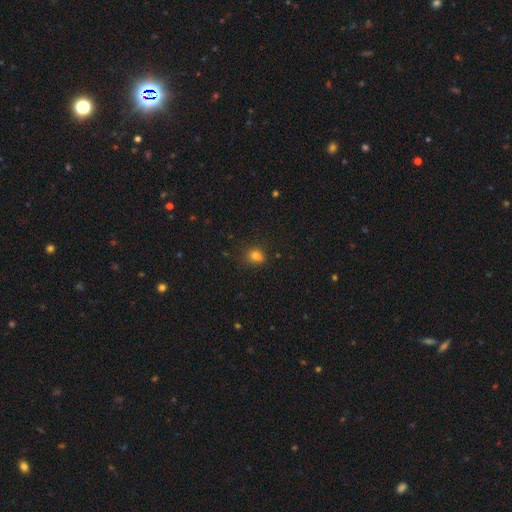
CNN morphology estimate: smooth_or_featured: smooth (p=0.78) [alt: star or artifact p=0.15]
how_rounded: round (p=0.59) [alt: in between p=0.40]
merging: none (p=0.69) [alt: minor disturbance p=0.19]